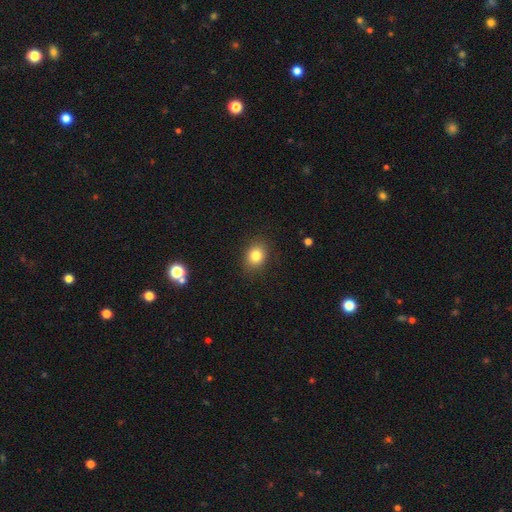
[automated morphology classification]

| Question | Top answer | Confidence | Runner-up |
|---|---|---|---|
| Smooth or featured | smooth | 82% | star or artifact (11%) |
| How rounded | round | 53% | in between (46%) |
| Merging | none | 86% | minor disturbance (10%) |